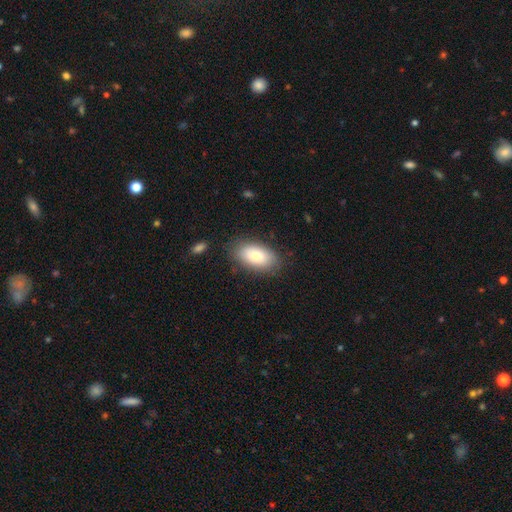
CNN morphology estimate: smooth 79%, featured or disk 14%, star or artifact 7%. Down the decision tree: how rounded — in between (92%); merging — none (83%).